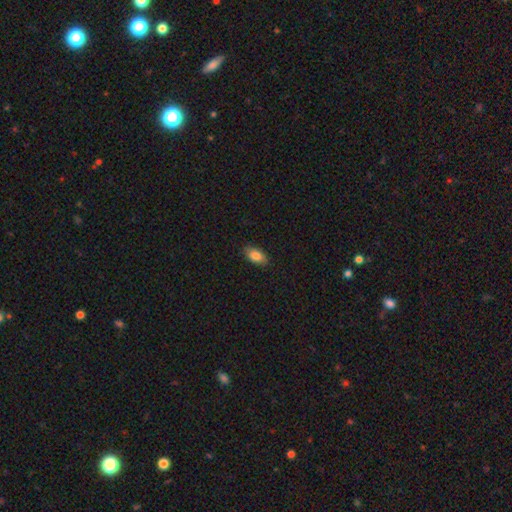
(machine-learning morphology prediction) type=smooth (85%); roundness=in between (91%); merging=none (86%).